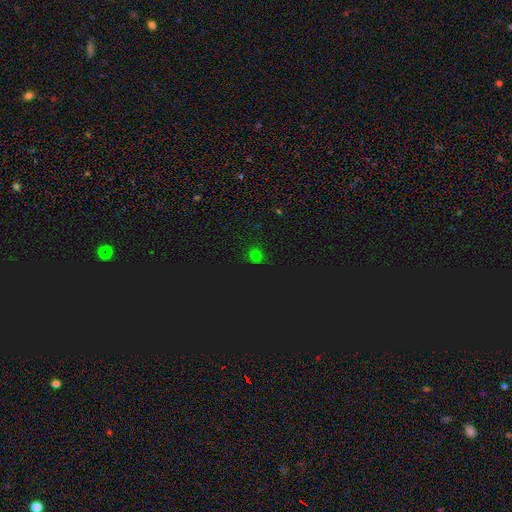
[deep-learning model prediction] smooth 59%, star or artifact 36%, featured or disk 5%. Down the decision tree: how rounded — round (89%); merging — none (85%).